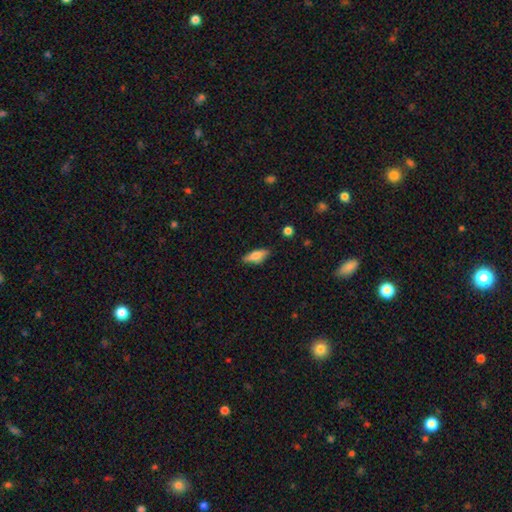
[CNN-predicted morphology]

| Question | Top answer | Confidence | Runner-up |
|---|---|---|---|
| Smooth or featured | smooth | 70% | featured or disk (23%) |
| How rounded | in between | 67% | cigar-shaped (30%) |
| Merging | none | 82% | minor disturbance (14%) |